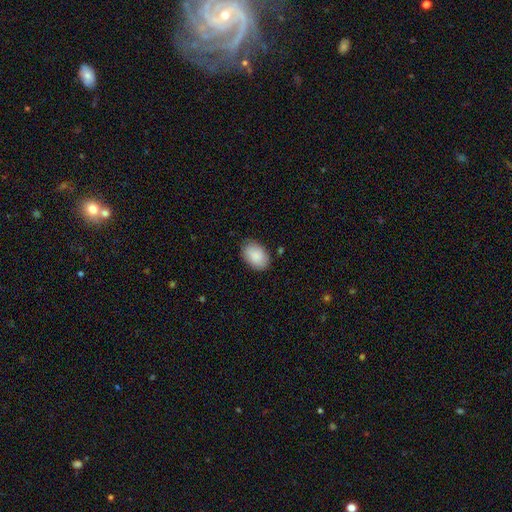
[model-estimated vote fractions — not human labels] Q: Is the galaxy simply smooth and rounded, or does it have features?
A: smooth — 88%.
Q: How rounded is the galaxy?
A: in between — 88%.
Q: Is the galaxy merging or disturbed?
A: none — 82%.